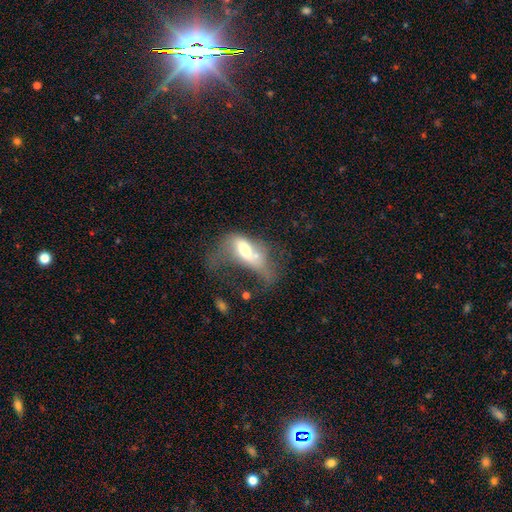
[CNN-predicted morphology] Smooth or featured? Predicted: smooth (p=0.46). Merging? Predicted: major disturbance (p=0.44).